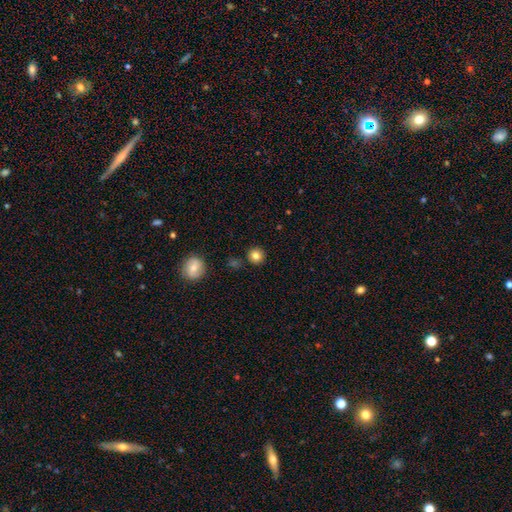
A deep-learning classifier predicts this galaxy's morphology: Smooth or featured? smooth (83%)
How rounded? round (94%)
Merging? none (89%)